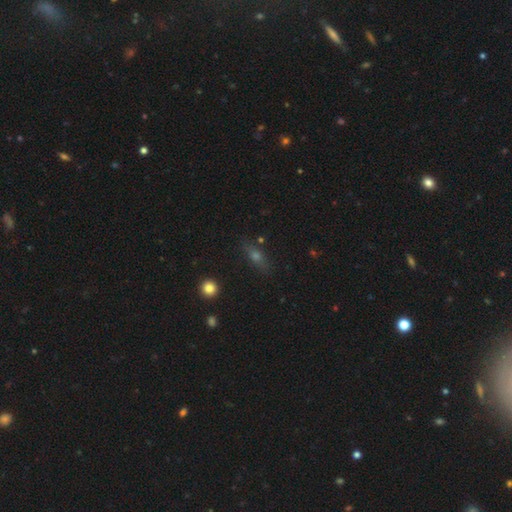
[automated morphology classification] Smooth or featured: smooth — 50% (featured or disk — 31%)
How rounded: in between — 53% (cigar-shaped — 35%)
Merging: none — 79% (minor disturbance — 13%)